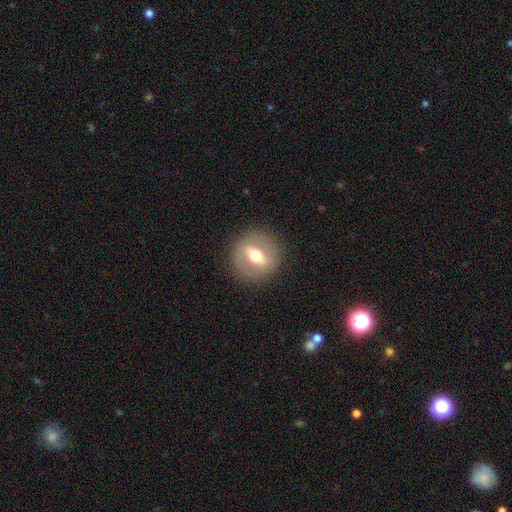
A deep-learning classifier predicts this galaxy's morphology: smooth-or-featured: featured or disk: 52% | smooth: 40% | star or artifact: 8%
  disk-edge-on: no: 74% | yes: 26%
  merging: none: 87% | minor disturbance: 8% | major disturbance: 4% | merger: 1%